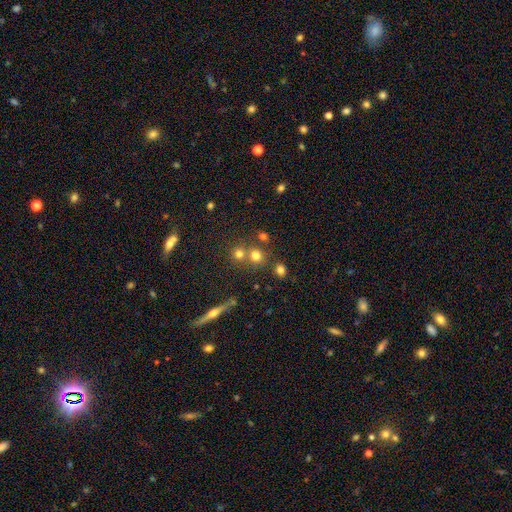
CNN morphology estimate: The model was most divided on "merging": none: 58%, merger: 30%, minor disturbance: 8%, major disturbance: 4%. More confident: how rounded — round (84%); smooth or featured — smooth (71%).